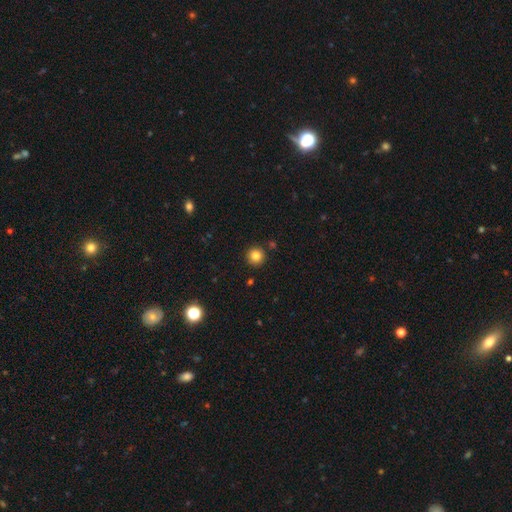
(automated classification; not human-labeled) The model was most divided on "smooth or featured": smooth: 83%, star or artifact: 11%, featured or disk: 5%. More confident: how rounded — round (95%); merging — none (90%).